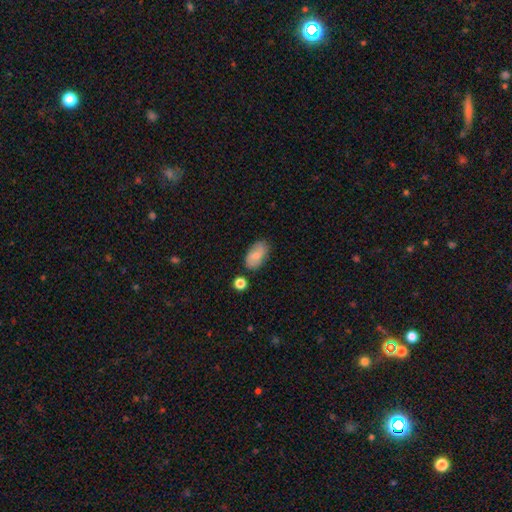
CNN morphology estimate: This appears to be a smooth galaxy with no disk features (70%) that is in between round and cigar-shaped (92%). Merging: none (72%).